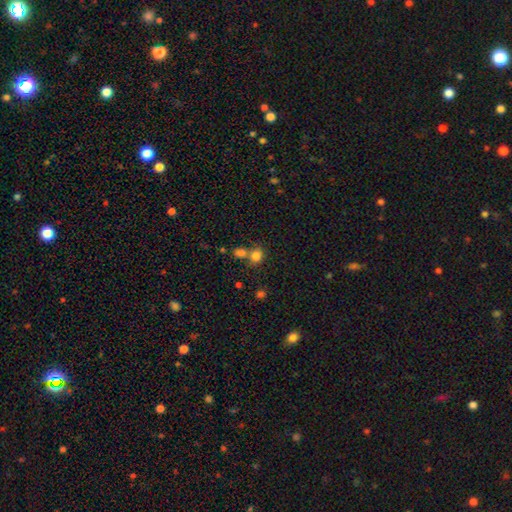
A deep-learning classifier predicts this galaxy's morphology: A smooth galaxy with no disk features (80%) that is round (68%). Merging: none (51%).